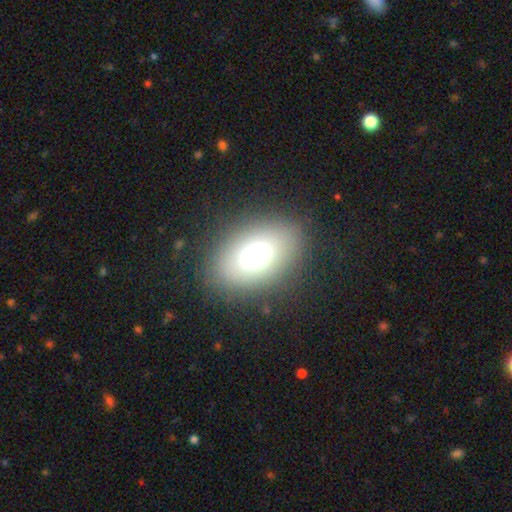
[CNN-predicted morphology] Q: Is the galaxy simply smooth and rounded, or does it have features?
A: smooth — 65%.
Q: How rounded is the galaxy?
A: in between — 72%.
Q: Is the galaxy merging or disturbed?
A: none — 84%.